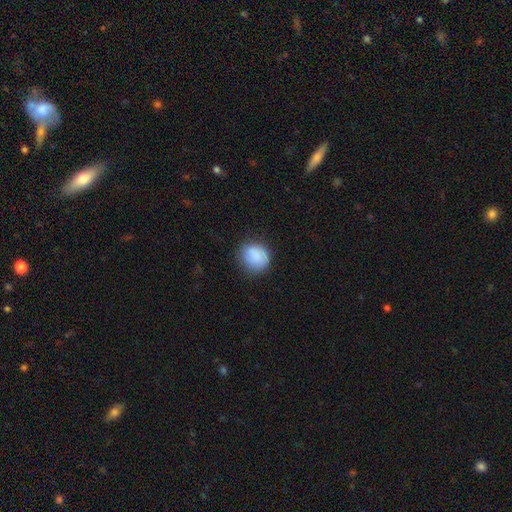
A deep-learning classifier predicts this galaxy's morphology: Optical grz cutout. It shows a smooth galaxy with no disk features (86%) that is round (82%). Merging: none (77%).